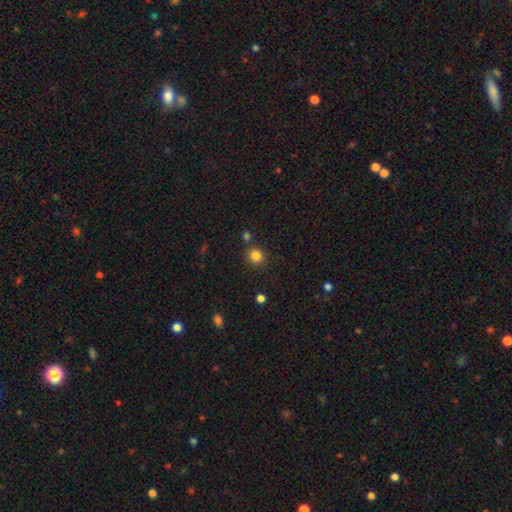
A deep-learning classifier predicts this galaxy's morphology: A smooth galaxy with no disk features (83%) that is round (88%).

Vote fractions:
- Smooth or featured? smooth: 83% / star or artifact: 12% / featured or disk: 5%
- How rounded? round: 88% / in between: 11% / cigar-shaped: 1%
- Merging? none: 82% / minor disturbance: 8% / merger: 7% / major disturbance: 3%